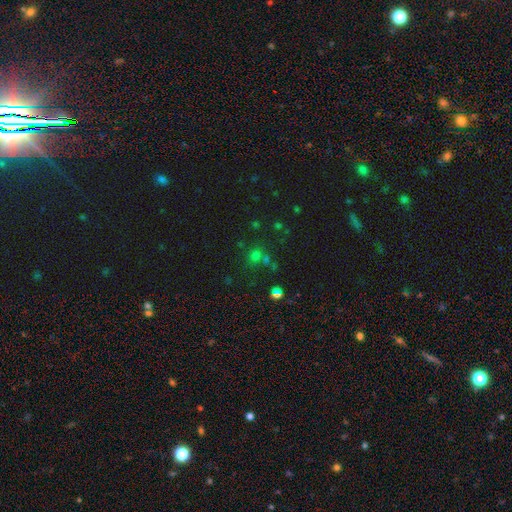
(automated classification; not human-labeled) A smooth galaxy with no disk features (56%) that is round (85%).

Vote fractions:
- Smooth or featured? smooth: 56% / star or artifact: 36% / featured or disk: 8%
- How rounded? round: 85% / in between: 14% / cigar-shaped: 1%
- Merging? none: 64% / merger: 21% / minor disturbance: 10% / major disturbance: 5%